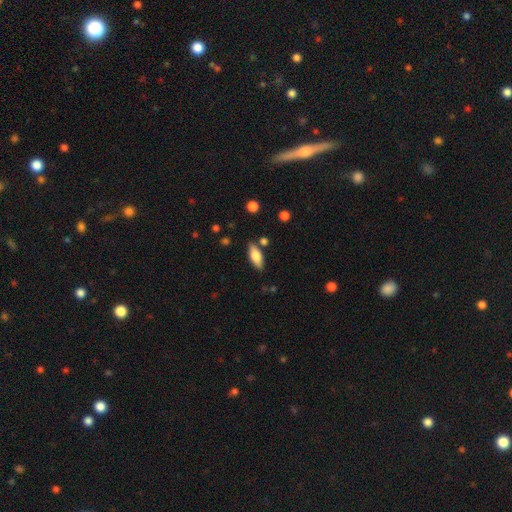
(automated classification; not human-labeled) Morphology: type=smooth (69%); roundness=in between (77%); merging=none (81%).